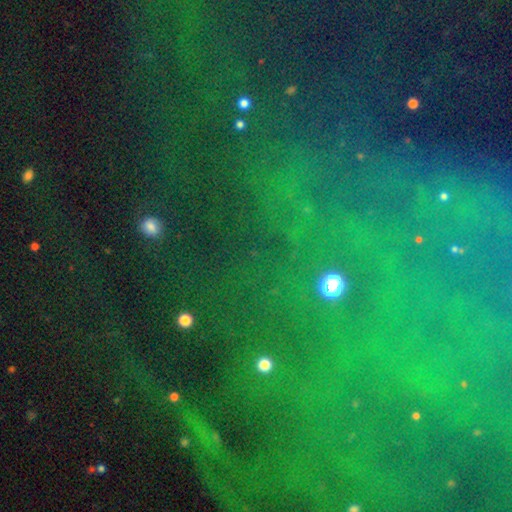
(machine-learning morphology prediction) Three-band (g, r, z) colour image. It shows a star or artifact, not a galaxy (78%).